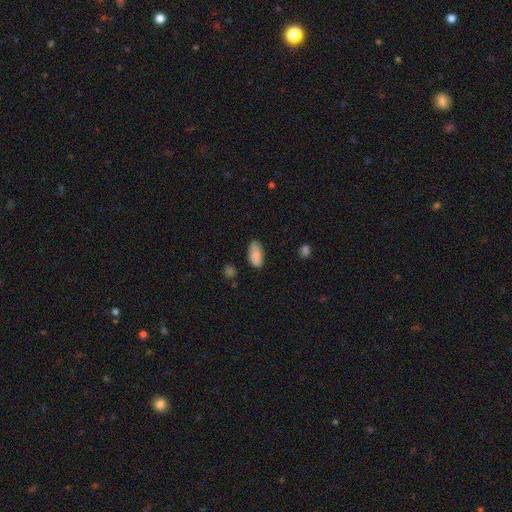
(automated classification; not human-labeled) Morphology: type=smooth (87%); roundness=in between (92%); merging=none (75%).